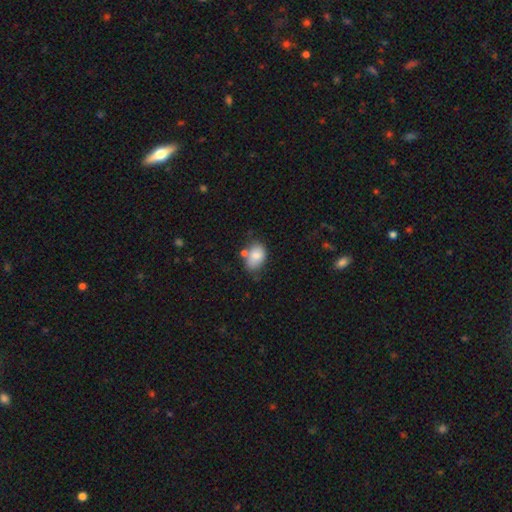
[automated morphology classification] smooth-or-featured: smooth: 81% | featured or disk: 11% | star or artifact: 8%
  how-rounded: in between: 79% | round: 20% | cigar-shaped: 1%
  merging: none: 54% | minor disturbance: 26% | merger: 13% | major disturbance: 7%